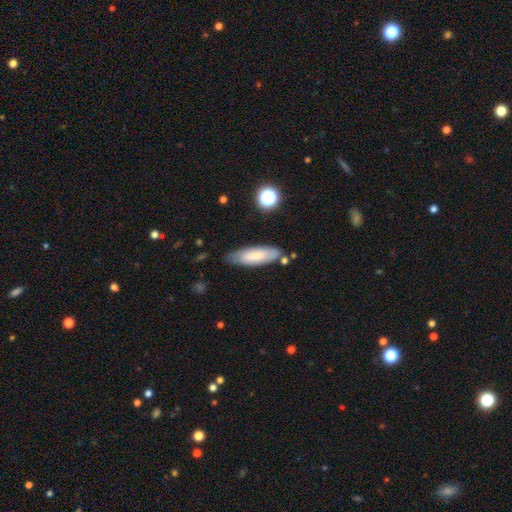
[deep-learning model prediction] Smooth or featured? smooth (66%)
How rounded? in between (52%)
Merging? none (75%)